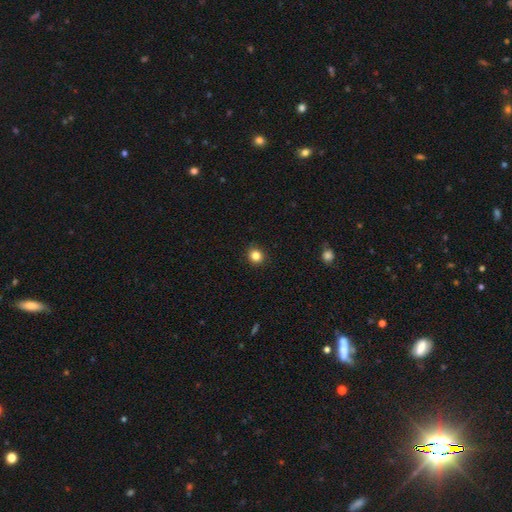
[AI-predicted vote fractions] Smooth or featured?
  - smooth: 84% *
  - star or artifact: 11%
  - featured or disk: 5%
How rounded?
  - round: 88% *
  - in between: 11%
  - cigar-shaped: 1%
Merging?
  - none: 92% *
  - minor disturbance: 5%
  - major disturbance: 2%
  - merger: 1%